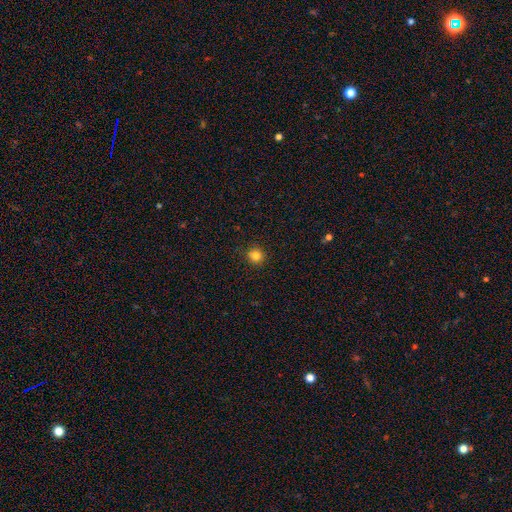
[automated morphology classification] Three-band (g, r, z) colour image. It shows a smooth galaxy with no disk features (82%) that is round (93%). Merging: none (90%).